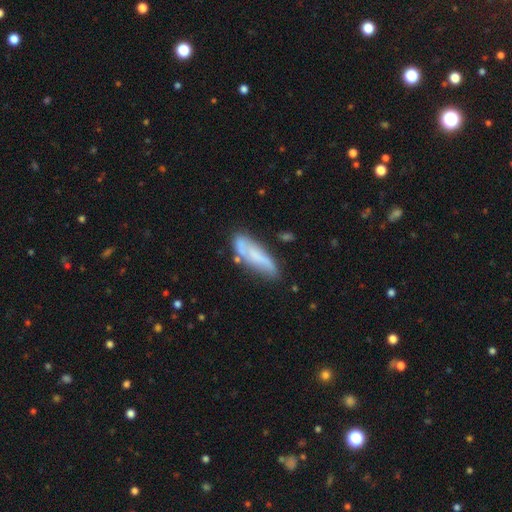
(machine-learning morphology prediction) Overall: smooth (52%; featured or disk 40%). How rounded: cigar-shaped (53%; in between 45%). Merging: none (60%; minor disturbance 24%).